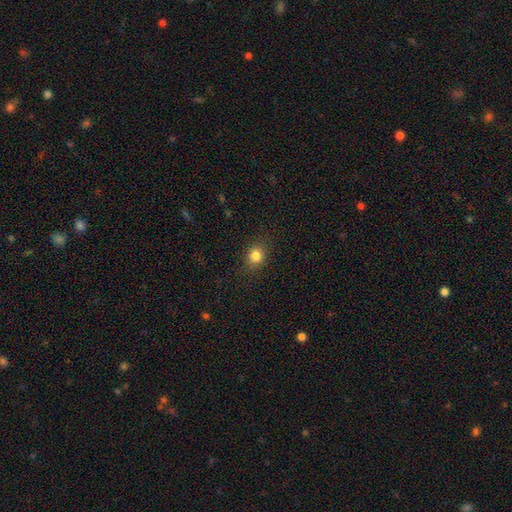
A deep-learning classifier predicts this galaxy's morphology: smooth-or-featured: smooth: 82% | star or artifact: 12% | featured or disk: 6%
  how-rounded: round: 71% | in between: 28% | cigar-shaped: 1%
  merging: none: 85% | minor disturbance: 10% | major disturbance: 3% | merger: 1%